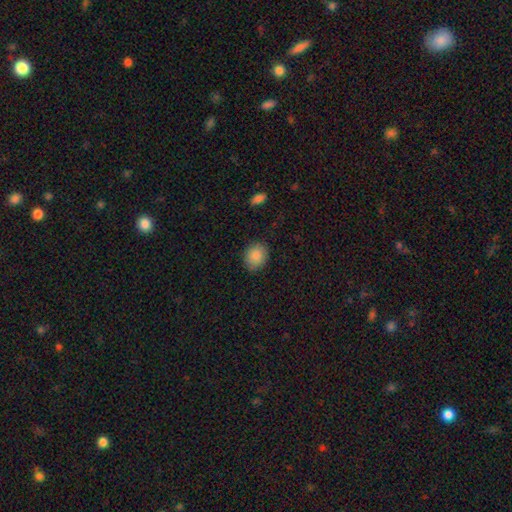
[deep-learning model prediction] Smooth or featured? smooth (87%)
How rounded? round (53%)
Merging? none (86%)